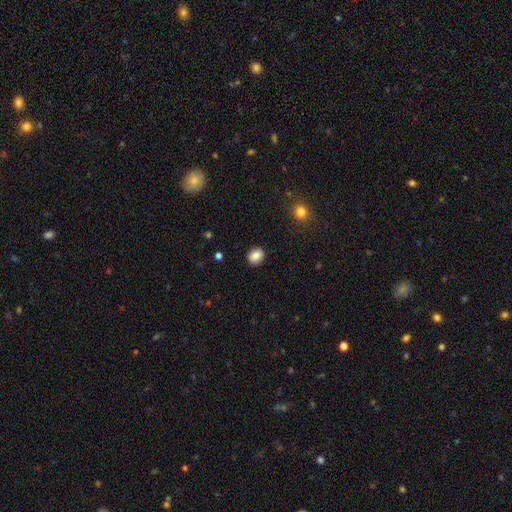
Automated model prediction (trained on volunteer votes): smooth 86%, star or artifact 9%, featured or disk 6%. Down the decision tree: how rounded — round (59%); merging — none (90%).